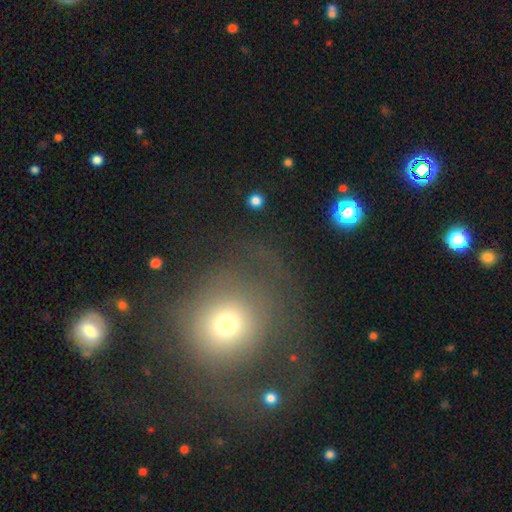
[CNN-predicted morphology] A smooth galaxy with no disk features (60%) that is round (88%).

Vote fractions:
- Smooth or featured? smooth: 60% / featured or disk: 20% / star or artifact: 19%
- How rounded? round: 88% / in between: 11% / cigar-shaped: 1%
- Merging? none: 50% / major disturbance: 29% / minor disturbance: 16% / merger: 5%